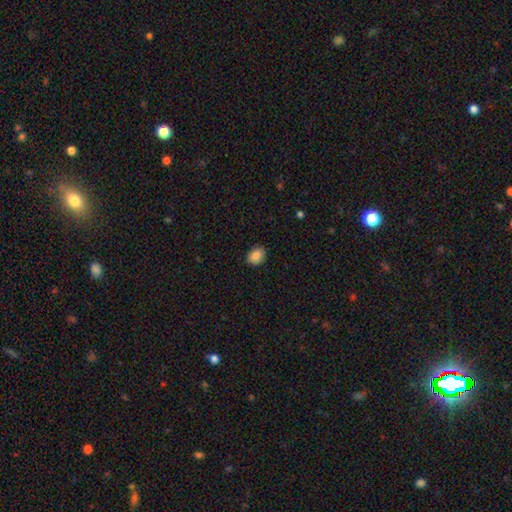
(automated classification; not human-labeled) The model was most divided on "how rounded": in between: 58%, round: 41%, cigar-shaped: 1%. More confident: merging — none (87%); smooth or featured — smooth (87%).